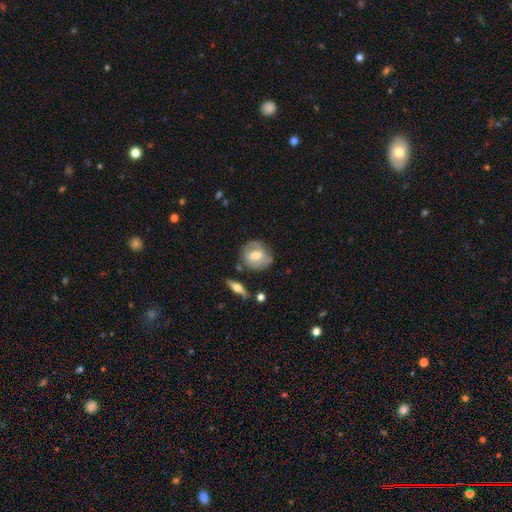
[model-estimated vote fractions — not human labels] Smooth or featured: featured or disk — 57% (smooth — 37%)
Edge-on disk: no — 93% (yes — 7%)
Bar: weak — 44% (no — 40%)
Spiral arms: yes — 74% (no — 26%)
Bulge size: moderate — 60% (small — 28%)
Merging: none — 71% (minor disturbance — 19%)